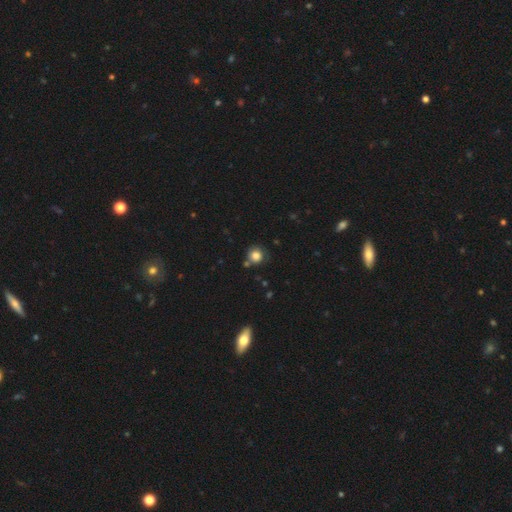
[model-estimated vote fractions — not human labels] Q: Smooth or featured?
A: smooth (83%); runner-up: star or artifact (11%)
Q: How rounded?
A: round (88%); runner-up: in between (11%)
Q: Merging?
A: none (71%); runner-up: minor disturbance (17%)